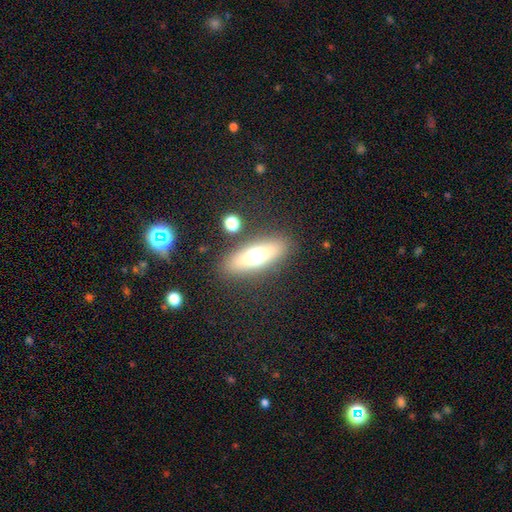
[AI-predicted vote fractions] A smooth galaxy with no disk features (57%) that is in between round and cigar-shaped (57%).

Vote fractions:
- Smooth or featured? smooth: 57% / featured or disk: 32% / star or artifact: 11%
- How rounded? in between: 57% / cigar-shaped: 37% / round: 6%
- Merging? none: 83% / minor disturbance: 10% / major disturbance: 4% / merger: 3%